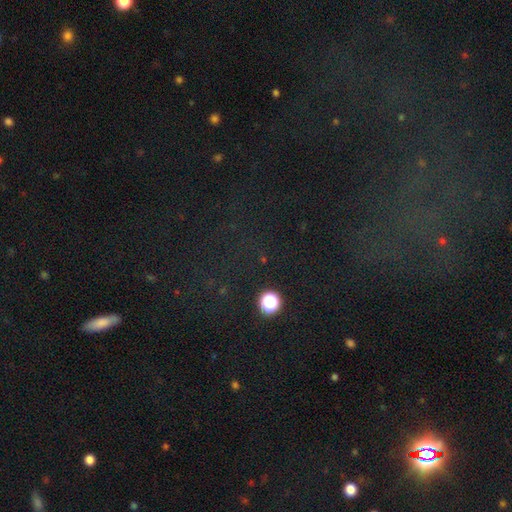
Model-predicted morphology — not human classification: The model was most divided on "smooth or featured": star or artifact: 64%, smooth: 23%, featured or disk: 13%.